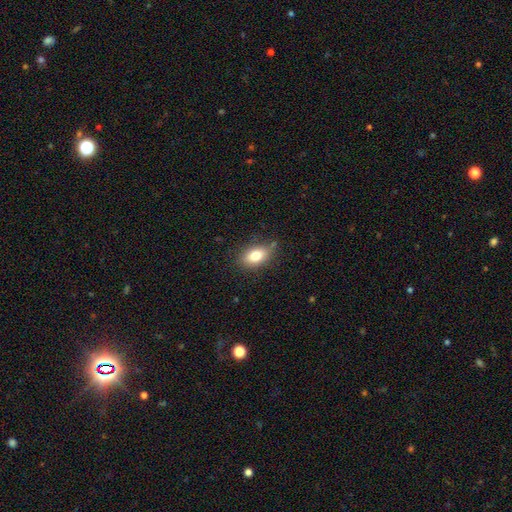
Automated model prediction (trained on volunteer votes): Smooth or featured? Predicted: smooth (p=0.79). How rounded? Predicted: in between (p=0.86). Merging? Predicted: none (p=0.78).